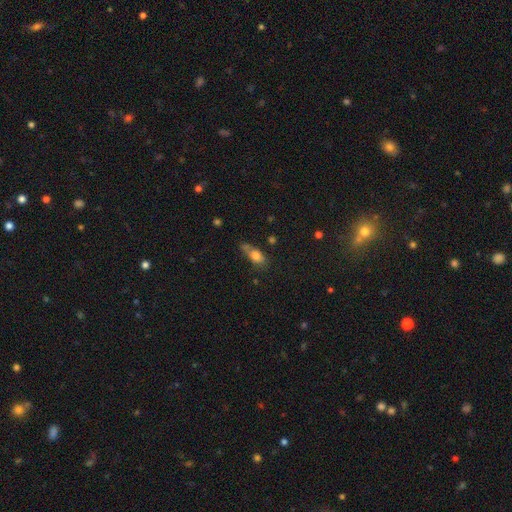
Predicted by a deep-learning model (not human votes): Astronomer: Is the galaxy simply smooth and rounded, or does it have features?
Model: smooth — 74%.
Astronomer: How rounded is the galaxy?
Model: in between — 73%.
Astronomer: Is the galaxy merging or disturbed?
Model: none — 40% (runner-up: minor disturbance, 32%).